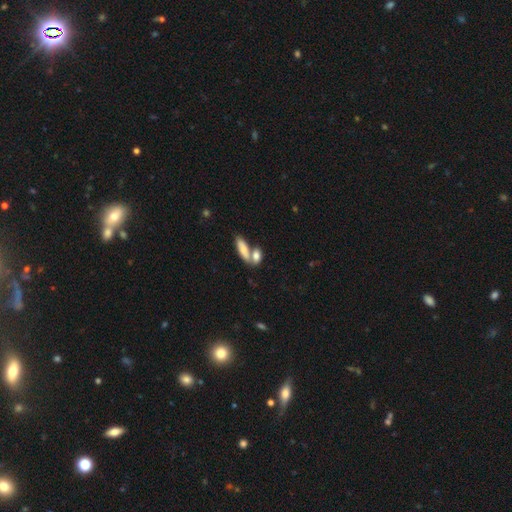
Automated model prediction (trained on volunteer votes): Overall: smooth (76%). How rounded: in between (71%). Merging: merger (53%; none 35%).